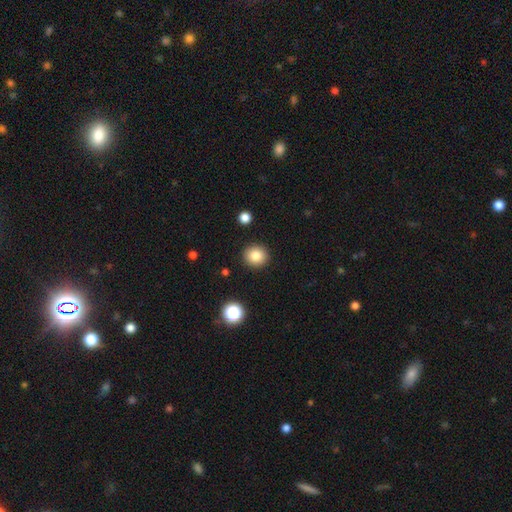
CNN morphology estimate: Smooth or featured? Predicted: smooth (p=0.83). How rounded? Predicted: round (p=0.89). Merging? Predicted: none (p=0.91).